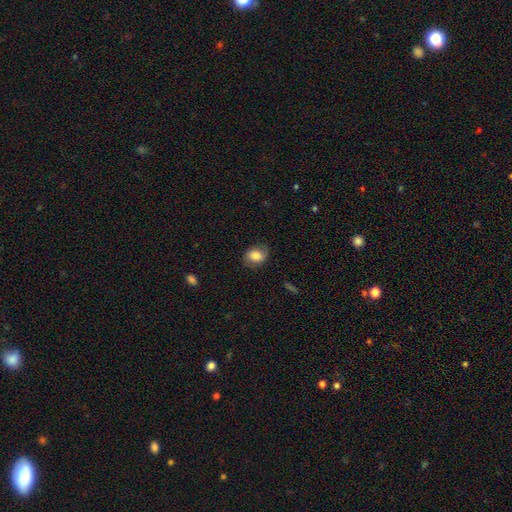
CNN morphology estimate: A smooth galaxy with no disk features (74%) that is in between round and cigar-shaped (63%).

Vote fractions:
- Smooth or featured? smooth: 74% / featured or disk: 18% / star or artifact: 8%
- How rounded? in between: 63% / round: 36% / cigar-shaped: 1%
- Merging? none: 76% / minor disturbance: 18% / major disturbance: 6% / merger: 1%